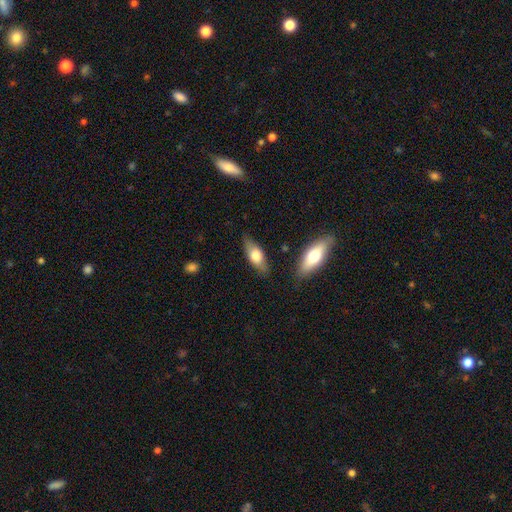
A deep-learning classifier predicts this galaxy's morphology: smooth_or_featured: smooth (p=0.63) [alt: featured or disk p=0.31]
how_rounded: in between (p=0.72) [alt: cigar-shaped p=0.25]
merging: none (p=0.81) [alt: minor disturbance p=0.13]